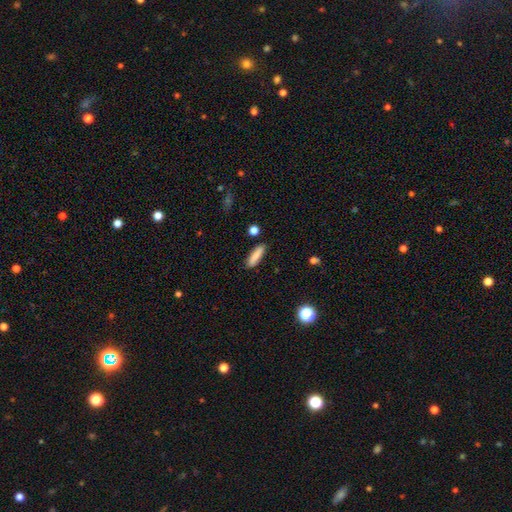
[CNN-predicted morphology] smooth 84%, featured or disk 9%, star or artifact 7%. Down the decision tree: how rounded — cigar-shaped (68%); merging — none (85%).